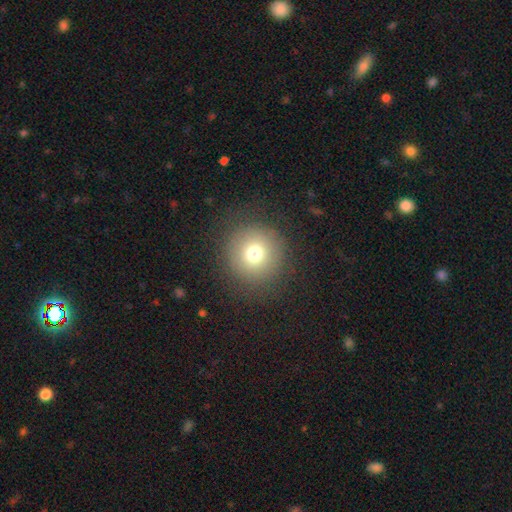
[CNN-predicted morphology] A smooth galaxy with no disk features (73%) that is round (95%).

Vote fractions:
- Smooth or featured? smooth: 73% / star or artifact: 15% / featured or disk: 12%
- How rounded? round: 95% / in between: 4% / cigar-shaped: 1%
- Merging? none: 89% / minor disturbance: 7% / major disturbance: 4% / merger: 1%